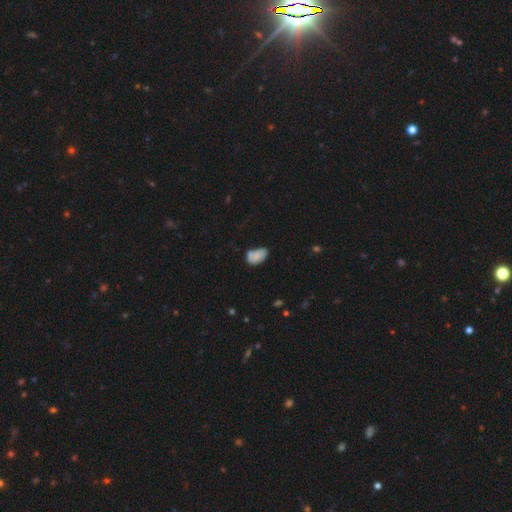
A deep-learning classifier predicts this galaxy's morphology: smooth-or-featured: smooth: 74% | featured or disk: 16% | star or artifact: 10%
  how-rounded: in between: 90% | round: 8% | cigar-shaped: 2%
  merging: none: 45% | minor disturbance: 30% | merger: 16% | major disturbance: 9%